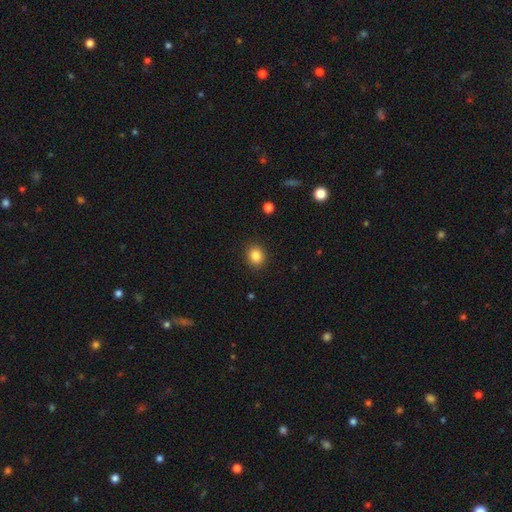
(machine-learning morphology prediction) The model was most divided on "how rounded": round: 74%, in between: 25%, cigar-shaped: 1%. More confident: merging — none (90%); smooth or featured — smooth (85%).